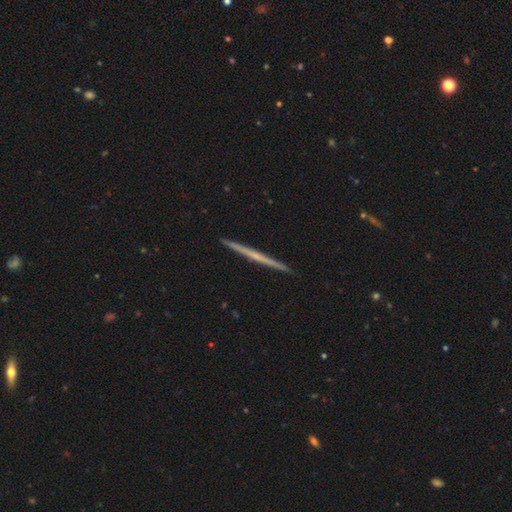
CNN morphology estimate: Overall: featured or disk (68%). Edge-on disk: yes (98%). Edge-on bulge: none (72%). Merging: none (93%).